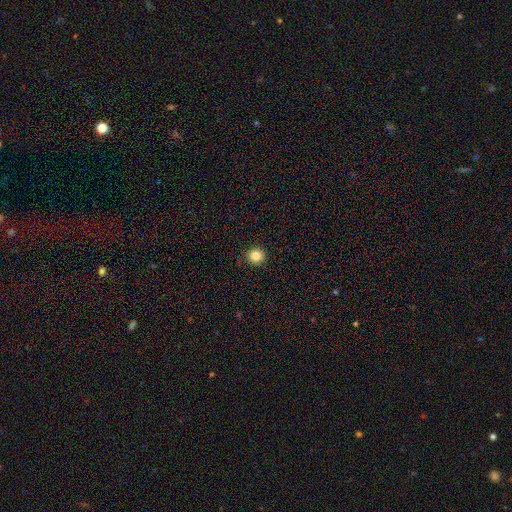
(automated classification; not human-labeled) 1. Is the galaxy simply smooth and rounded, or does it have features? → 84% smooth, 11% star or artifact, 5% featured or disk.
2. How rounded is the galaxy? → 93% round, 6% in between, 1% cigar-shaped.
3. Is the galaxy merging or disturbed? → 88% none, 9% minor disturbance, 2% major disturbance, 1% merger.